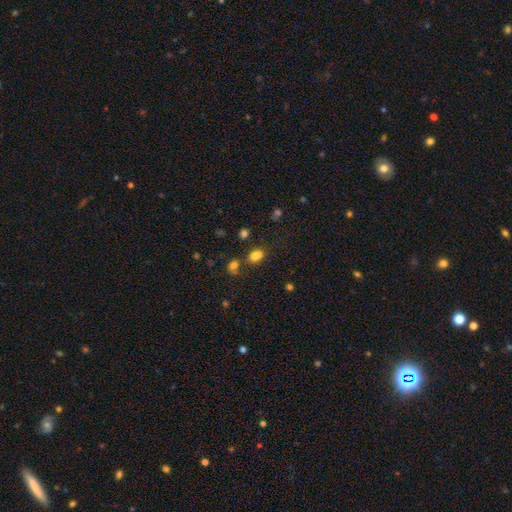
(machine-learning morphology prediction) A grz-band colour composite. It shows a smooth galaxy with no disk features (75%) that is in between round and cigar-shaped (69%). Merging: none (57%).